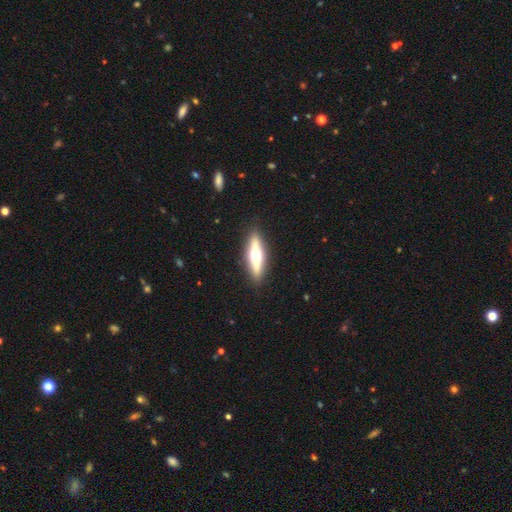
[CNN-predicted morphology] A featured or disk galaxy (61%) viewed edge-on (94%) with a rounded central bulge (93%). Merging: none (90%).